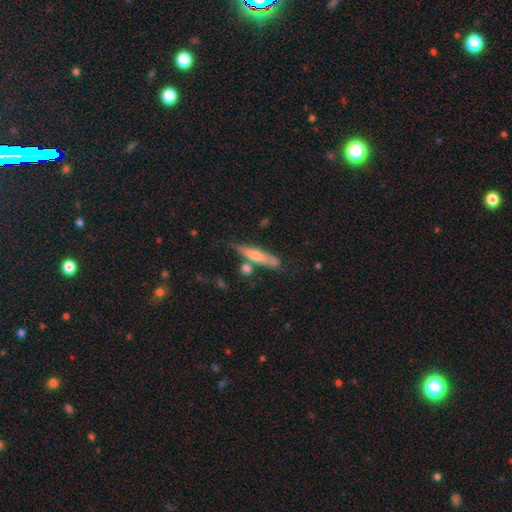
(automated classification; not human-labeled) Smooth or featured?
  - smooth: 48% *
  - featured or disk: 45%
  - star or artifact: 7%
Merging?
  - none: 62% *
  - minor disturbance: 20%
  - merger: 12%
  - major disturbance: 6%